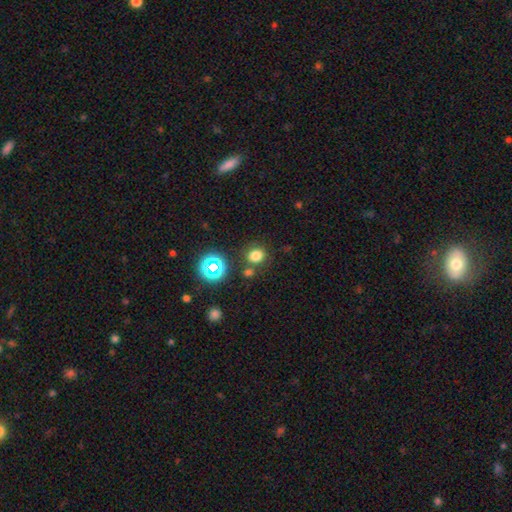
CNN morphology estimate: Smooth or featured? Predicted: smooth (p=0.74). How rounded? Predicted: round (p=0.74). Merging? Predicted: none (p=0.76).